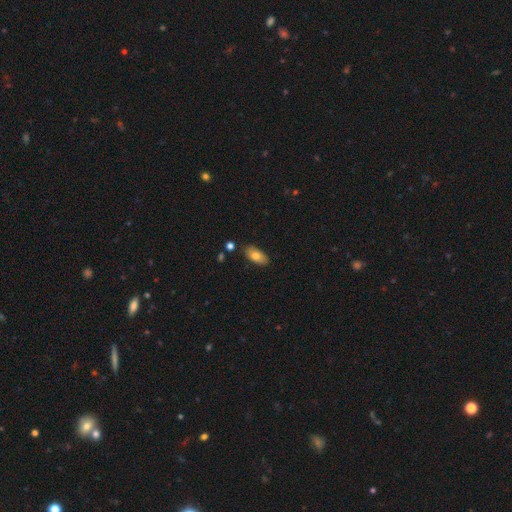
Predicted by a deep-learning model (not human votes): Smooth or featured? Predicted: smooth (p=0.77). How rounded? Predicted: in between (p=0.91). Merging? Predicted: none (p=0.83).